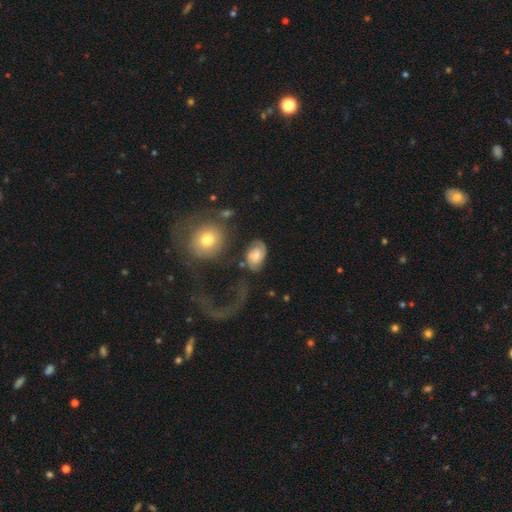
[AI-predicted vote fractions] A featured or disk galaxy (56%) with no bar (60%), spiral arms (86%) and a moderate central bulge (49%).

Vote fractions:
- Smooth or featured? featured or disk: 56% / smooth: 36% / star or artifact: 8%
- Edge-on disk? no: 96% / yes: 4%
- Bar? no: 60% / weak: 34% / strong: 6%
- Spiral arms? yes: 86% / no: 14%
- Bulge size? moderate: 49% / small: 39% / large: 6% / none: 5% / dominant: 2%
- Merging? none: 56% / minor disturbance: 20% / major disturbance: 15% / merger: 8%